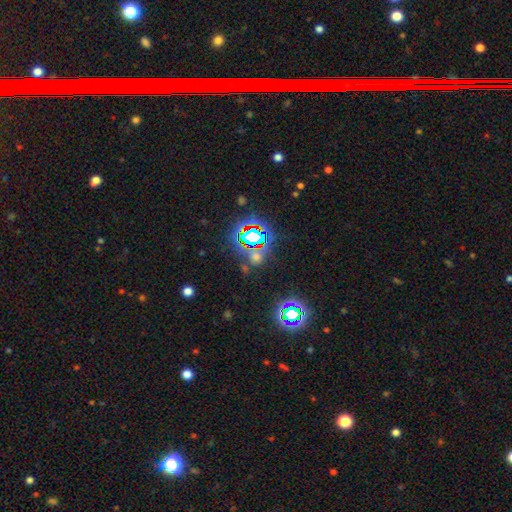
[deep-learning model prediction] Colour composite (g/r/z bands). It shows a star or artifact, not a galaxy (67%).